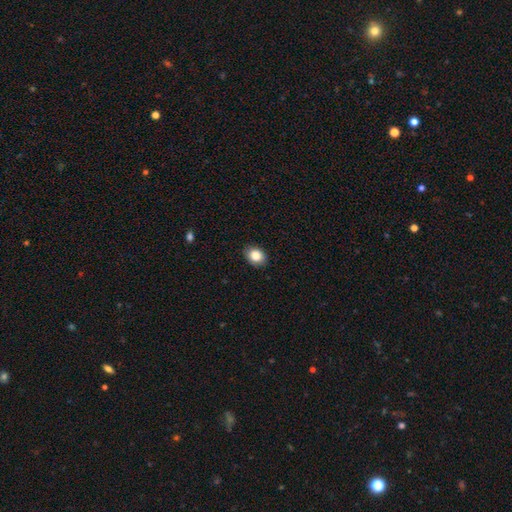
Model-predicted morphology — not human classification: Q: Smooth or featured?
A: smooth (85%); runner-up: star or artifact (8%)
Q: How rounded?
A: in between (65%); runner-up: round (34%)
Q: Merging?
A: none (86%); runner-up: minor disturbance (11%)